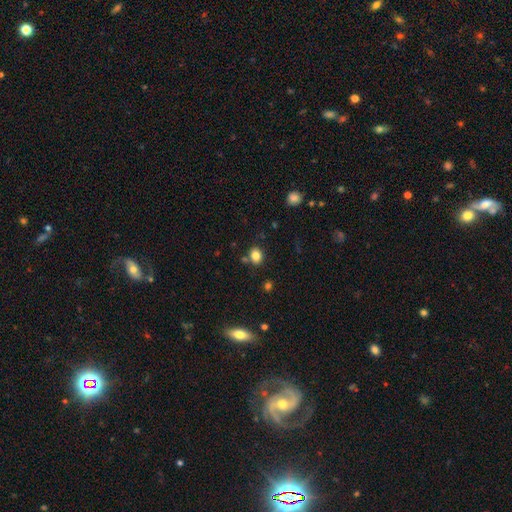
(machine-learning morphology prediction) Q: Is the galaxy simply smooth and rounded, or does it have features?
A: smooth — 82%.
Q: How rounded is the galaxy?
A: round — 53%.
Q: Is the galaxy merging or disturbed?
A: none — 79%.